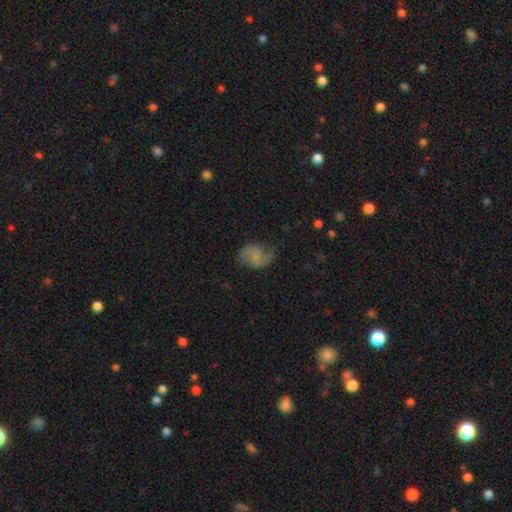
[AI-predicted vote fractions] Overall: featured or disk (52%; smooth 38%). Edge-on disk: no (98%). Bar: no (54%; weak 38%). Spiral arms: yes (88%). Bulge size: none (43%; small 37%). Merging: none (64%).